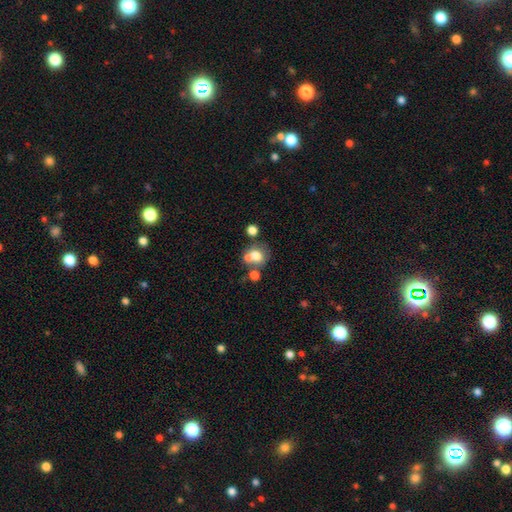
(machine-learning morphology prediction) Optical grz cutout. It shows a smooth galaxy with no disk features (69%) that is round (69%). Merging: none (45%).